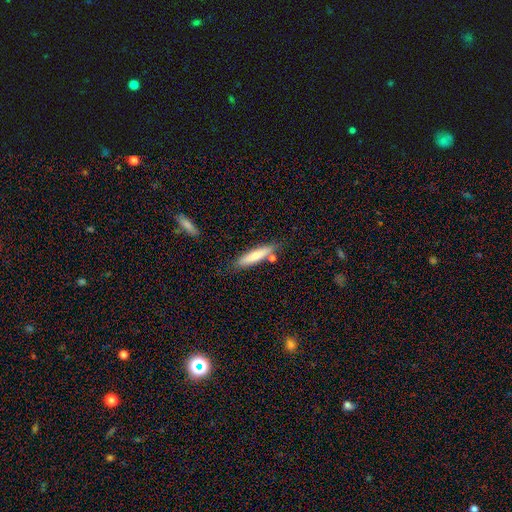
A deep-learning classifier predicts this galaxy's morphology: Overall: smooth (70%). How rounded: cigar-shaped (81%). Merging: none (75%).